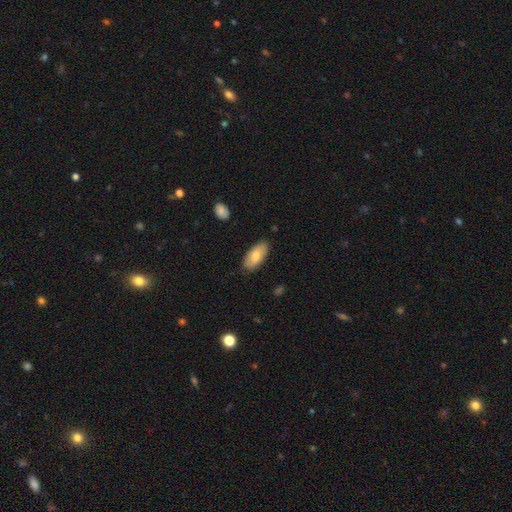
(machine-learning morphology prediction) smooth-or-featured: smooth: 77% | featured or disk: 17% | star or artifact: 6%
  how-rounded: in between: 91% | cigar-shaped: 7% | round: 2%
  merging: none: 85% | minor disturbance: 12% | major disturbance: 2% | merger: 1%